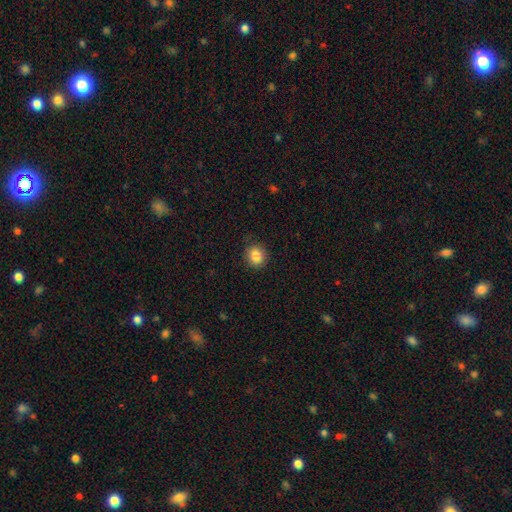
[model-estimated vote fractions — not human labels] Smooth or featured: smooth — 87% (star or artifact — 9%)
How rounded: round — 66% (in between — 33%)
Merging: none — 82% (minor disturbance — 14%)